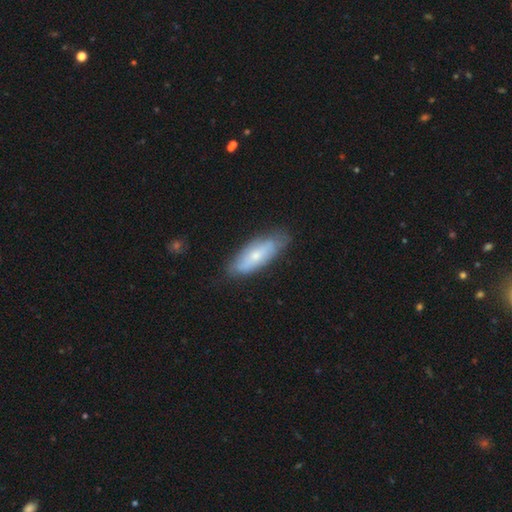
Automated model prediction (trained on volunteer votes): The model was most divided on "smooth or featured": smooth: 55%, featured or disk: 39%, star or artifact: 6%. More confident: merging — none (74%); how rounded — in between (66%).